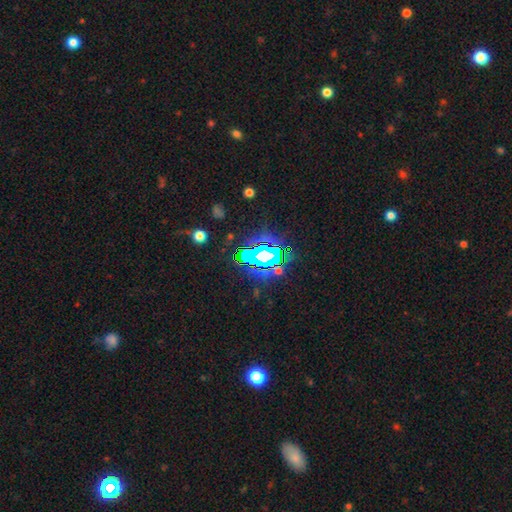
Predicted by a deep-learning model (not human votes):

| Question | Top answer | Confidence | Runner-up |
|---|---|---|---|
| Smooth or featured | star or artifact | 76% | smooth (13%) |